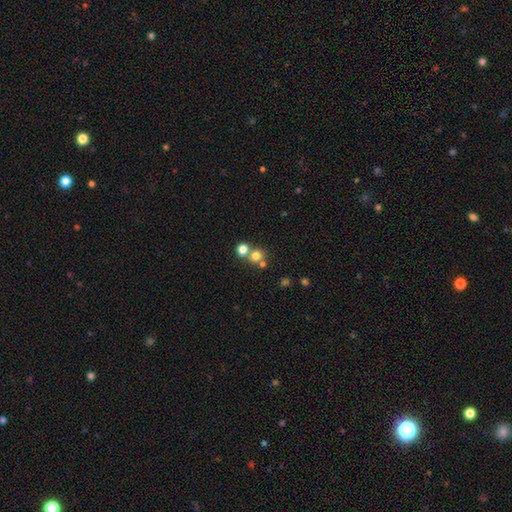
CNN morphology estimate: Smooth or featured? Predicted: smooth (p=0.73). How rounded? Predicted: round (p=0.84). Merging? Predicted: none (p=0.52).